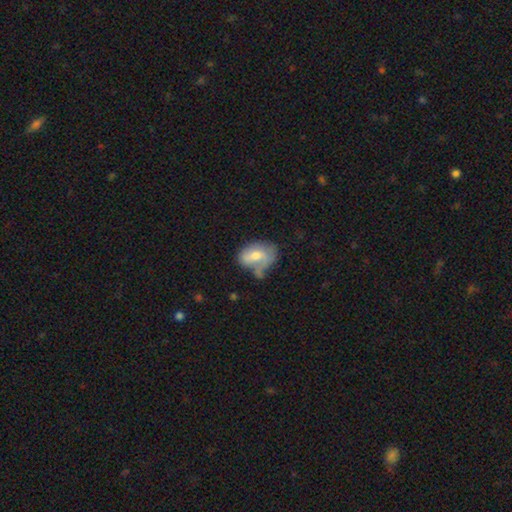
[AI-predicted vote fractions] This is possibly a smooth galaxy (56%). How rounded: clearly in between (82%). Merging: marginally none (32%).